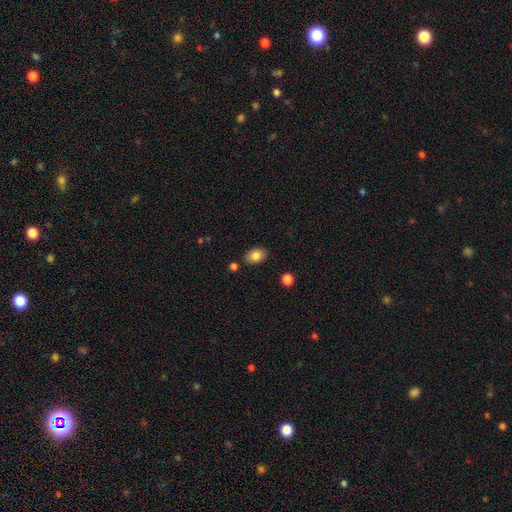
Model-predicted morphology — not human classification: smooth 84%, star or artifact 8%, featured or disk 7%. Down the decision tree: how rounded — in between (80%); merging — none (83%).